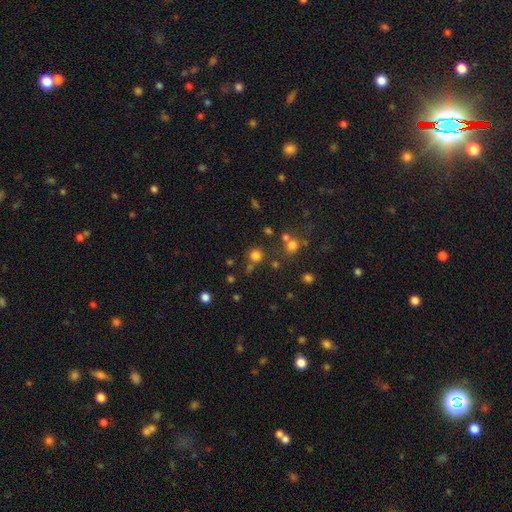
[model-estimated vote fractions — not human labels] Smooth or featured: smooth — 73% (star or artifact — 21%)
How rounded: round — 92% (in between — 7%)
Merging: none — 75% (merger — 13%)